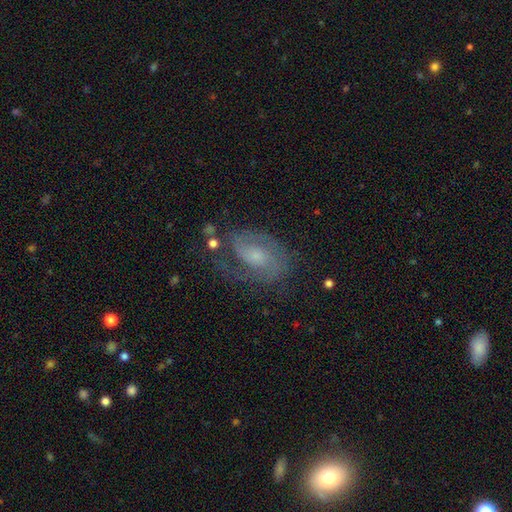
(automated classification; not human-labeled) smooth_or_featured: featured or disk (p=0.77) [alt: smooth p=0.14]
disk_edge_on: no (p=0.97) [alt: yes p=0.03]
bar: no (p=0.52) [alt: weak p=0.40]
has_spiral_arms: yes (p=0.93) [alt: no p=0.07]
spiral_winding: medium (p=0.48) [alt: tight p=0.35]
spiral_arm_count: 2 (p=0.70) [alt: can't tell p=0.13]
bulge_size: small (p=0.46) [alt: moderate p=0.37]
merging: none (p=0.63) [alt: minor disturbance p=0.20]